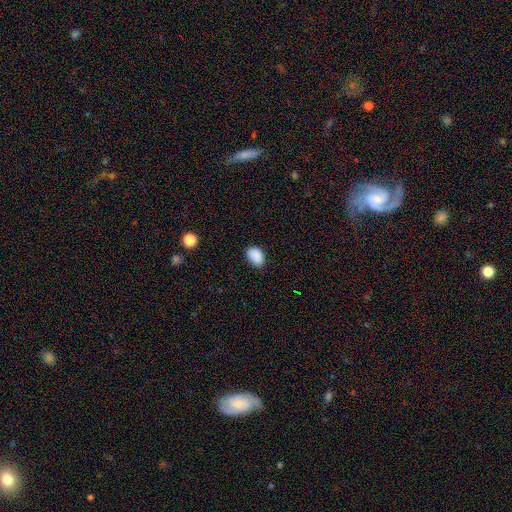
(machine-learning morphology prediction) Overall: smooth (88%). How rounded: in between (82%). Merging: none (79%).